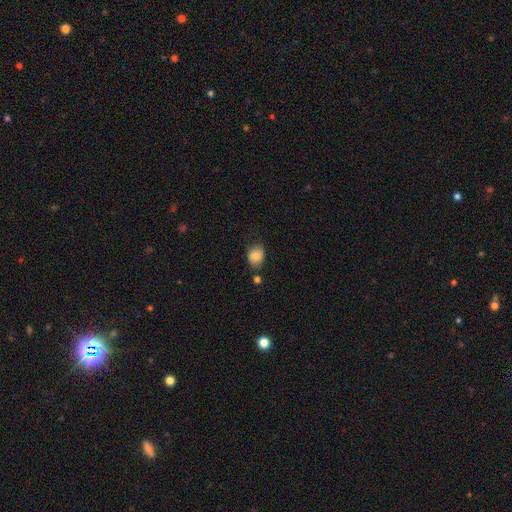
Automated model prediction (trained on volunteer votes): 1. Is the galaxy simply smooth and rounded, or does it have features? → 83% smooth, 9% star or artifact, 8% featured or disk.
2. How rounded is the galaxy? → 60% in between, 39% round, 1% cigar-shaped.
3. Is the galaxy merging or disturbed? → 69% none, 21% minor disturbance, 5% merger, 5% major disturbance.